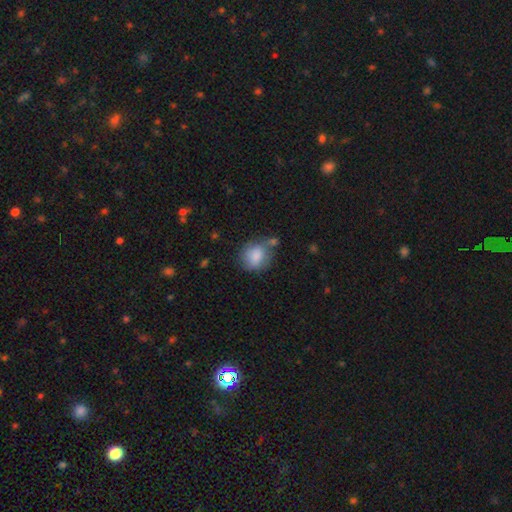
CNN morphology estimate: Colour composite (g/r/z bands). It shows a smooth galaxy with no disk features (83%) that is round (67%). Merging: none (49%).